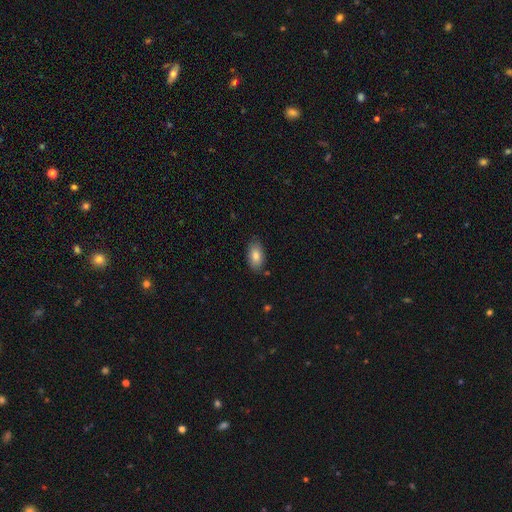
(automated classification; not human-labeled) Smooth or featured? Predicted: smooth (p=0.83). How rounded? Predicted: in between (p=0.92). Merging? Predicted: none (p=0.82).